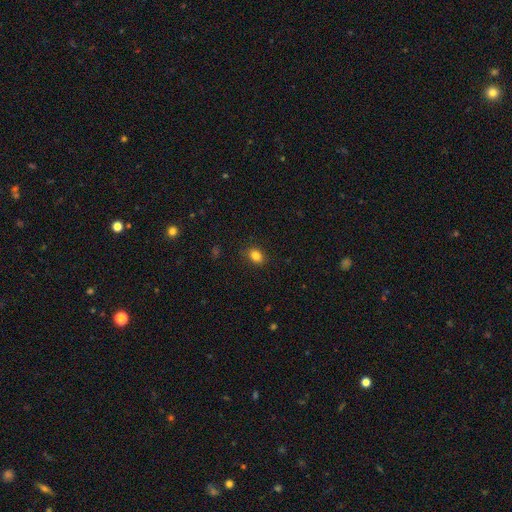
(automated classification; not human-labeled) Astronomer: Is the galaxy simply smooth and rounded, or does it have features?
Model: smooth — 84%.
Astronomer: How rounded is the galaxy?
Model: in between — 62%.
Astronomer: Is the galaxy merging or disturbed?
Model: none — 88%.